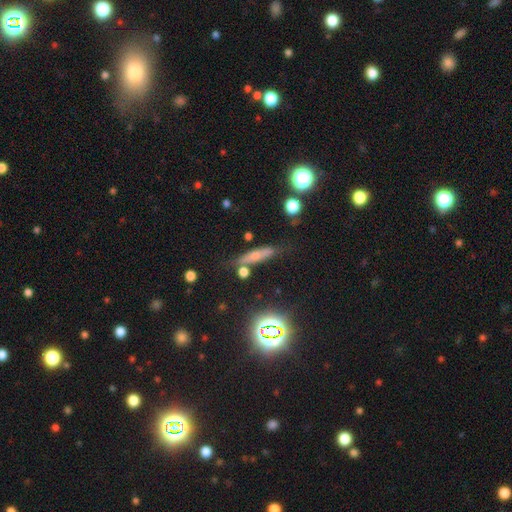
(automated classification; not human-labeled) The model was most divided on "smooth or featured": smooth: 52%, featured or disk: 30%, star or artifact: 18%. More confident: how rounded — cigar-shaped (75%); merging — none (69%).